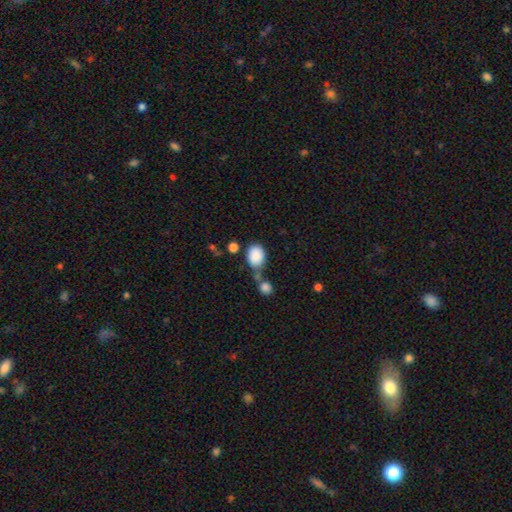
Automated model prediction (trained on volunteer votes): This is clearly a smooth galaxy (87%). How rounded: likely in between (64%). Merging: marginally none (44%).